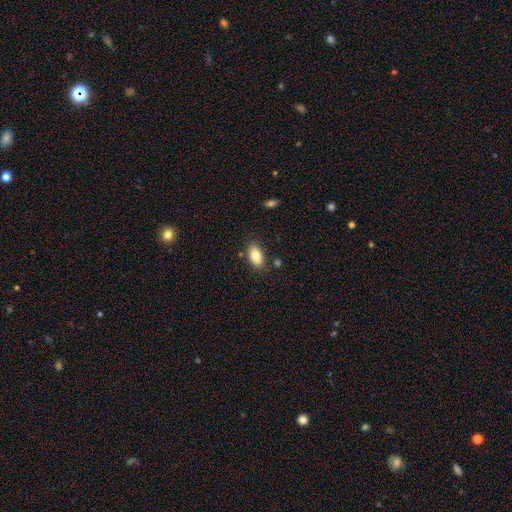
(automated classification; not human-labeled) A smooth galaxy with no disk features (82%) that is in between round and cigar-shaped (91%). Merging: none (82%).